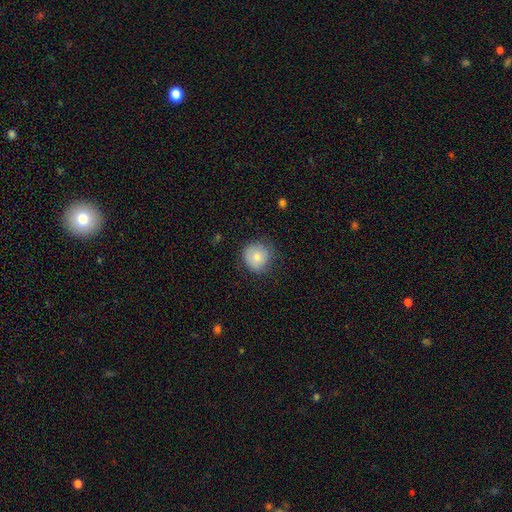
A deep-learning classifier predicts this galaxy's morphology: This is likely a smooth galaxy (80%). How rounded: clearly round (91%). Merging: likely none (75%).